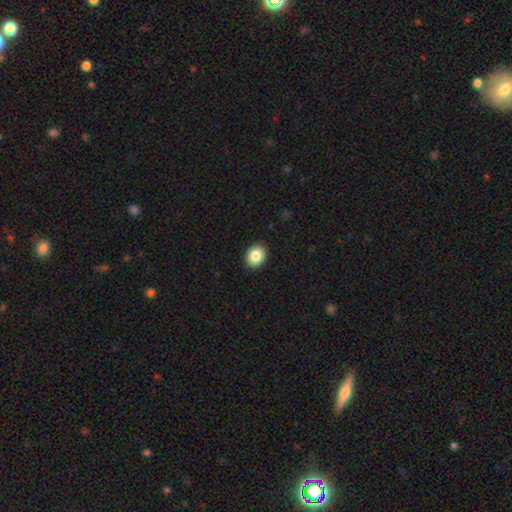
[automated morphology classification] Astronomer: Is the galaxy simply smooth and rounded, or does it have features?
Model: smooth — 85%.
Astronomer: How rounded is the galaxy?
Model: in between — 52% (runner-up: round, 48%).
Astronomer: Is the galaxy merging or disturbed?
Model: none — 91%.